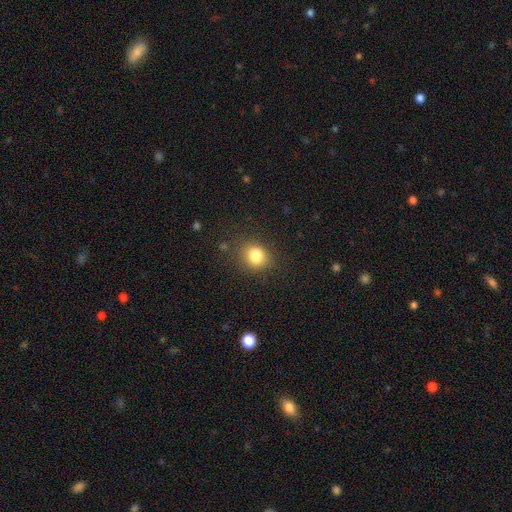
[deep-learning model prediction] Smooth or featured? Predicted: smooth (p=0.82). How rounded? Predicted: round (p=0.65). Merging? Predicted: none (p=0.81).